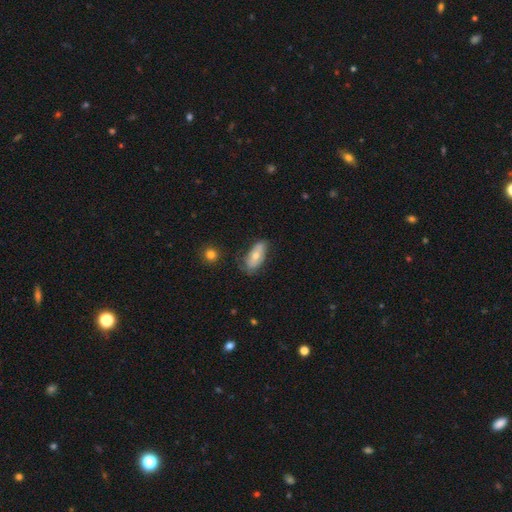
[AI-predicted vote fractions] smooth 59%, featured or disk 34%, star or artifact 7%. Down the decision tree: how rounded — in between (87%); merging — none (60%).